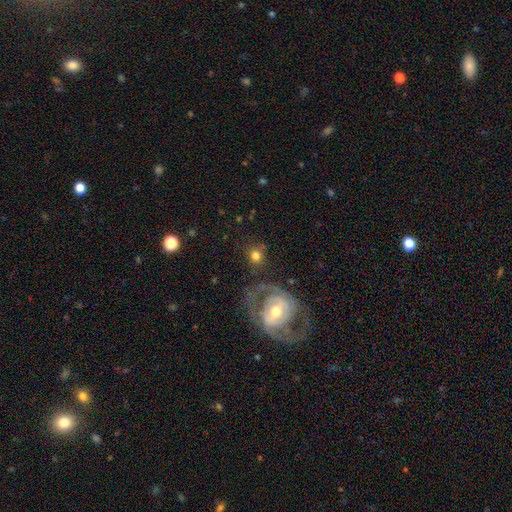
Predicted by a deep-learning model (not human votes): The model was most divided on "smooth or featured": smooth: 68%, featured or disk: 23%, star or artifact: 9%. More confident: how rounded — round (83%); merging — none (70%).